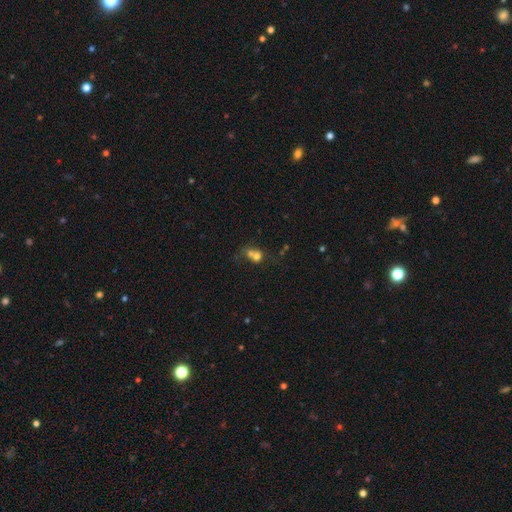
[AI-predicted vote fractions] smooth 66%, featured or disk 19%, star or artifact 15%. Down the decision tree: how rounded — round (68%); merging — merger (62%).